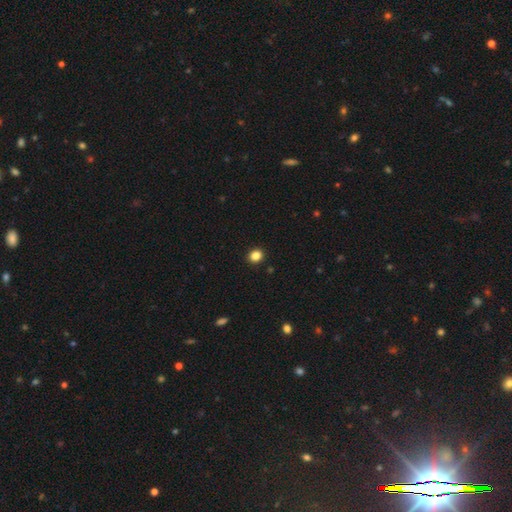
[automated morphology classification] smooth 85%, star or artifact 12%, featured or disk 4%. Down the decision tree: how rounded — round (78%); merging — none (92%).